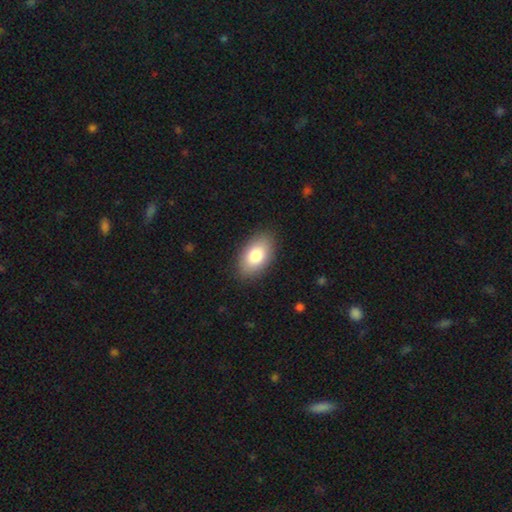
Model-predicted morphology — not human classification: Overall: smooth (81%). How rounded: in between (93%). Merging: none (88%).